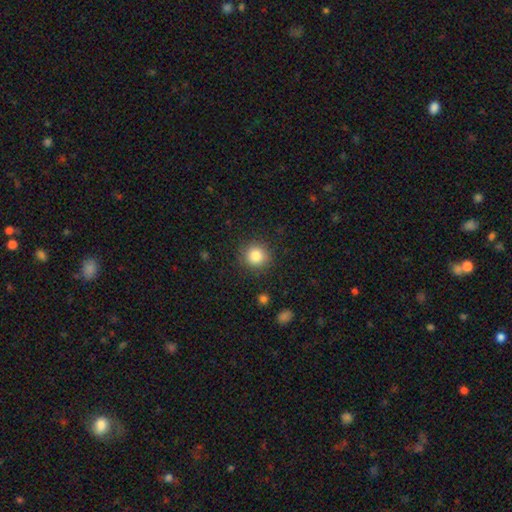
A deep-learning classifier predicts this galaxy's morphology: This appears to be a smooth galaxy with no disk features (83%) that is round (91%). Merging: none (88%).